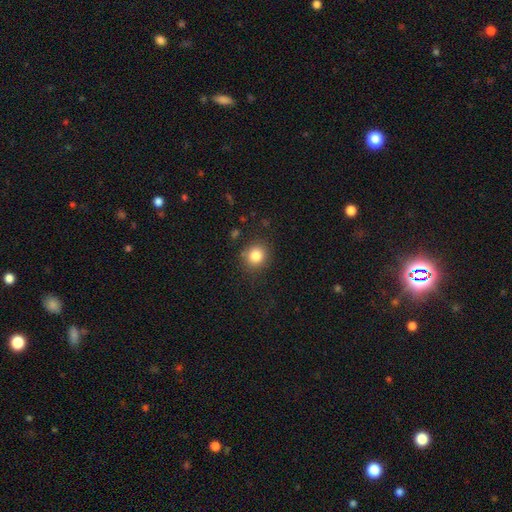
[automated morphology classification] Overall: smooth (83%). How rounded: round (83%). Merging: none (85%).